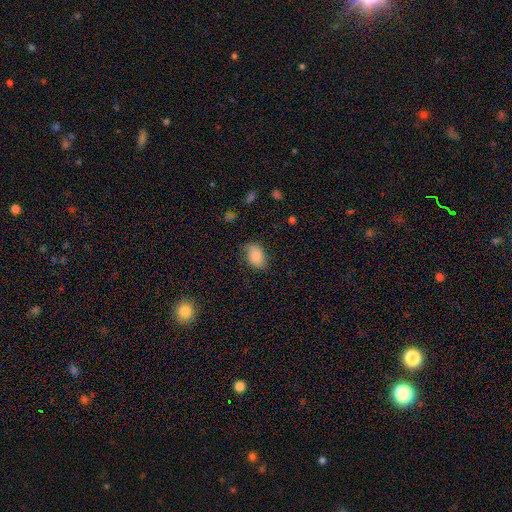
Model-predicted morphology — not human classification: This is clearly a smooth galaxy (82%). How rounded: clearly in between (85%). Merging: likely none (71%).